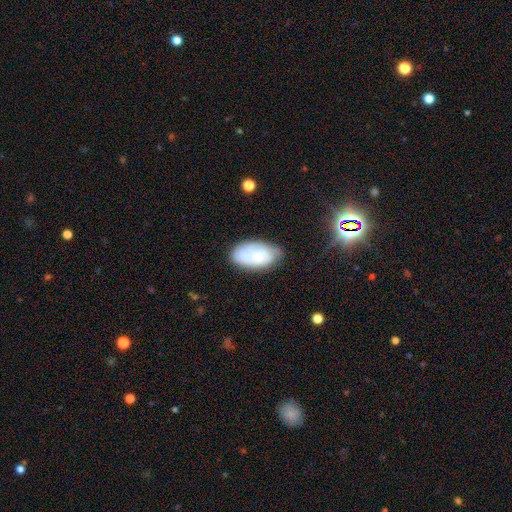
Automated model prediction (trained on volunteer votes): smooth_or_featured: featured or disk (p=0.49) [alt: smooth p=0.43]
merging: none (p=0.66) [alt: minor disturbance p=0.23]